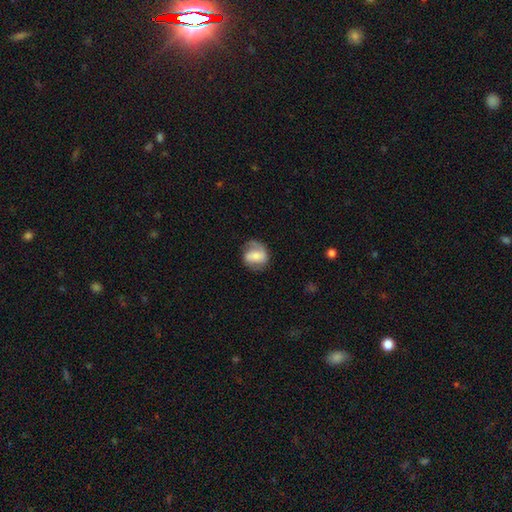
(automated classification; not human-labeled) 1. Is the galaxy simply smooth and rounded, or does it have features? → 51% featured or disk, 41% smooth, 7% star or artifact.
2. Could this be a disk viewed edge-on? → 96% no, 4% yes.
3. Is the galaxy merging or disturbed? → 61% none, 24% minor disturbance, 13% major disturbance, 2% merger.